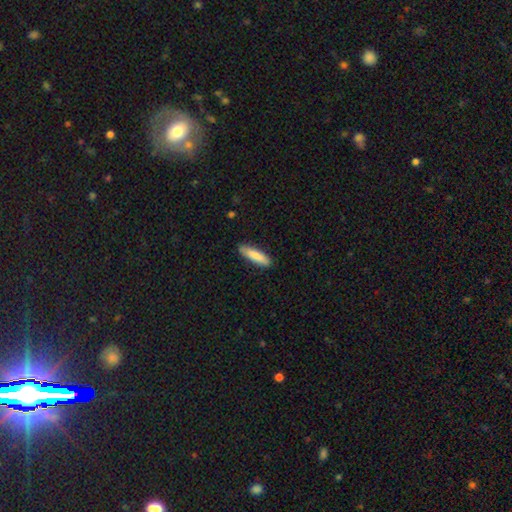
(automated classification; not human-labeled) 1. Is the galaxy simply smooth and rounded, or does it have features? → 83% smooth, 12% featured or disk, 5% star or artifact.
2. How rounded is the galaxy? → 70% cigar-shaped, 28% in between, 1% round.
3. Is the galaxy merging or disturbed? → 86% none, 11% minor disturbance, 2% major disturbance, 1% merger.